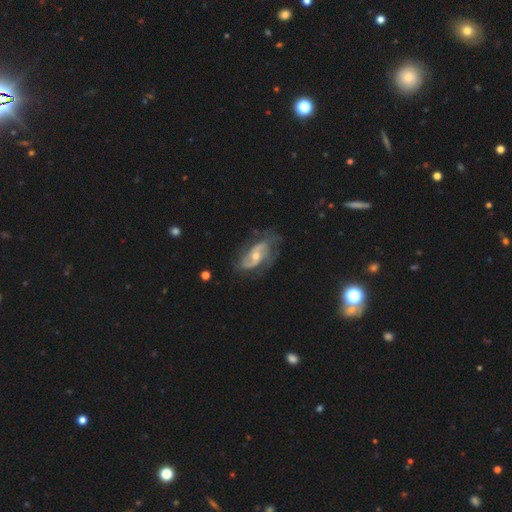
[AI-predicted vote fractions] Smooth or featured? Predicted: featured or disk (p=0.84). Edge-on disk? Predicted: no (p=0.95). Bar? Predicted: no (p=0.52). Spiral arms? Predicted: yes (p=0.92). Spiral winding? Predicted: medium (p=0.43). Spiral arm count? Predicted: 2 (p=0.73). Bulge size? Predicted: moderate (p=0.55). Merging? Predicted: none (p=0.60).